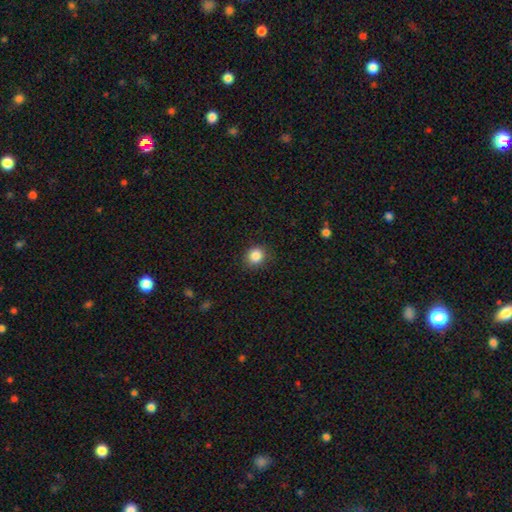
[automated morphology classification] Smooth or featured? Predicted: smooth (p=0.86). How rounded? Predicted: round (p=0.82). Merging? Predicted: none (p=0.87).